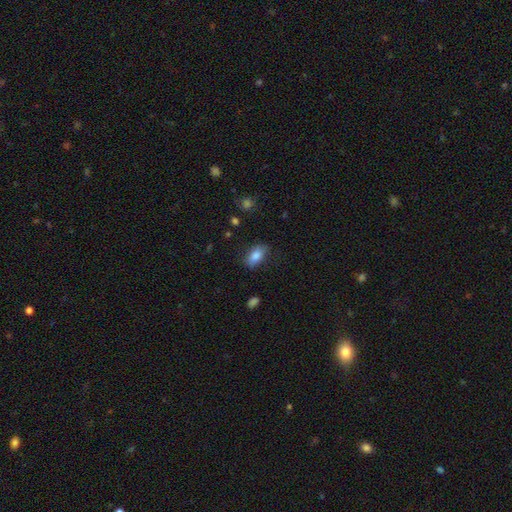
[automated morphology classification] A smooth galaxy with no disk features (84%) that is in between round and cigar-shaped (89%).

Vote fractions:
- Smooth or featured? smooth: 84% / featured or disk: 8% / star or artifact: 8%
- How rounded? in between: 89% / cigar-shaped: 5% / round: 5%
- Merging? none: 78% / minor disturbance: 16% / major disturbance: 4% / merger: 1%